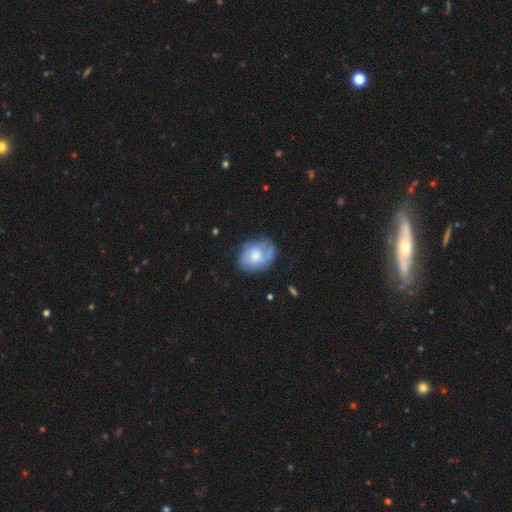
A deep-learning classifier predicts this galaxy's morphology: Smooth or featured? smooth (48%)
Merging? none (60%)